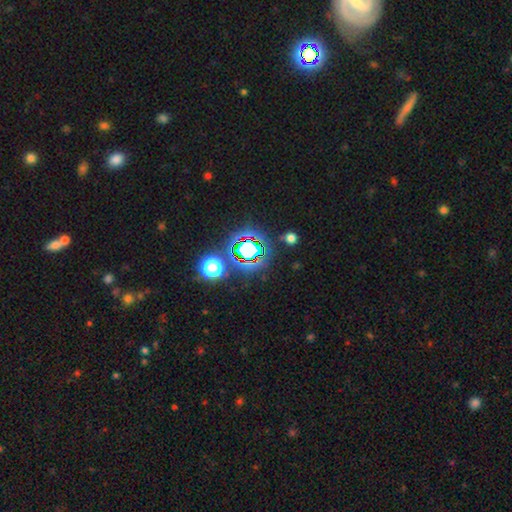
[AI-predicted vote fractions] The model was most divided on "smooth or featured": star or artifact: 78%, smooth: 14%, featured or disk: 8%.